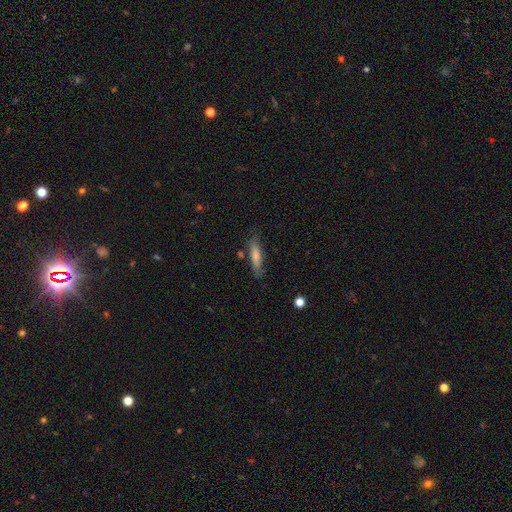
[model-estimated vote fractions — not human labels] smooth_or_featured: smooth (p=0.73) [alt: featured or disk p=0.21]
how_rounded: cigar-shaped (p=0.78) [alt: in between p=0.21]
merging: none (p=0.75) [alt: minor disturbance p=0.17]